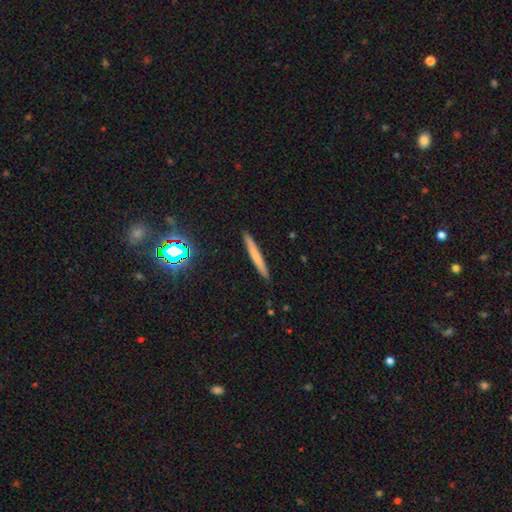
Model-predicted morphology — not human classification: Smooth or featured? smooth (63%)
How rounded? cigar-shaped (96%)
Merging? none (91%)